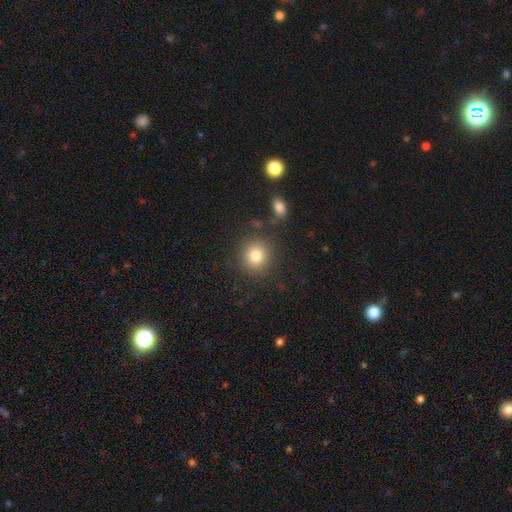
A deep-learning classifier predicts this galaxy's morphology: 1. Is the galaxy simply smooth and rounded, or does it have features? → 82% smooth, 11% star or artifact, 8% featured or disk.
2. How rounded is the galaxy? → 88% round, 11% in between, 1% cigar-shaped.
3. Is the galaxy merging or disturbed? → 84% none, 9% minor disturbance, 4% merger, 4% major disturbance.